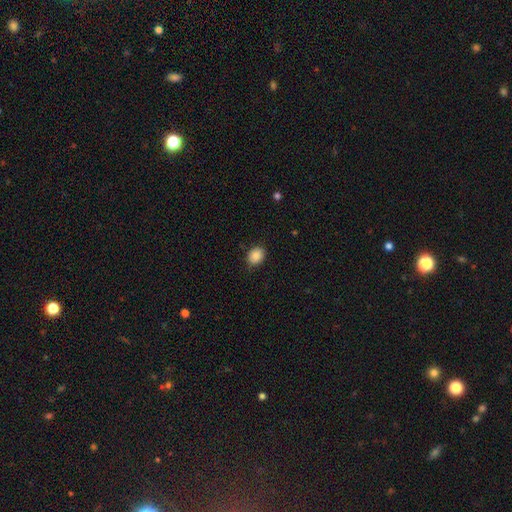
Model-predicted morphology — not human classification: A smooth galaxy with no disk features (88%) that is in between round and cigar-shaped (55%). Merging: none (83%).